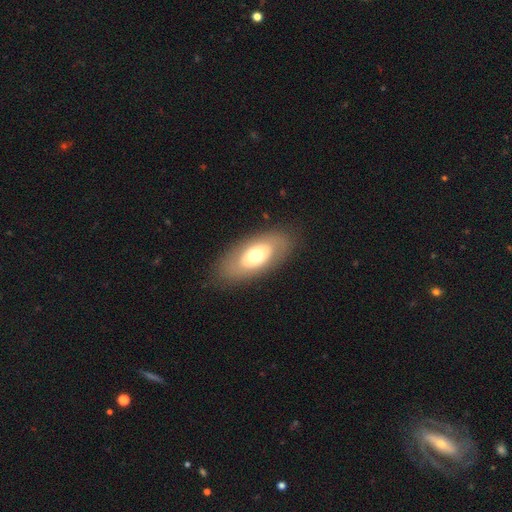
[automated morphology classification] smooth 57%, featured or disk 36%, star or artifact 7%. Down the decision tree: how rounded — in between (90%); merging — none (83%).